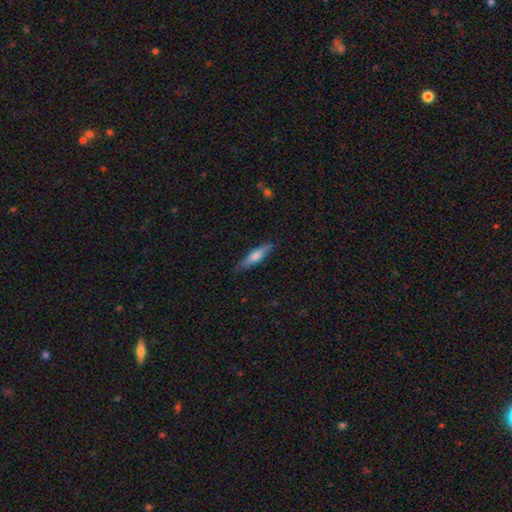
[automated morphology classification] A smooth galaxy with no disk features (60%) that is cigar-shaped (81%).

Vote fractions:
- Smooth or featured? smooth: 60% / featured or disk: 34% / star or artifact: 6%
- How rounded? cigar-shaped: 81% / in between: 18% / round: 2%
- Merging? none: 82% / minor disturbance: 14% / major disturbance: 3% / merger: 1%